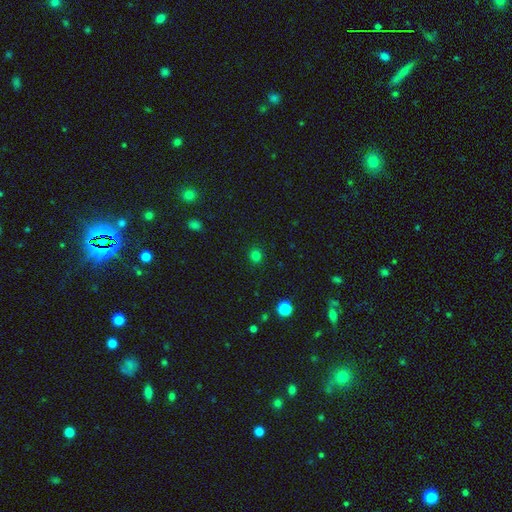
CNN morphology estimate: Smooth or featured? smooth (79%)
How rounded? round (89%)
Merging? none (91%)